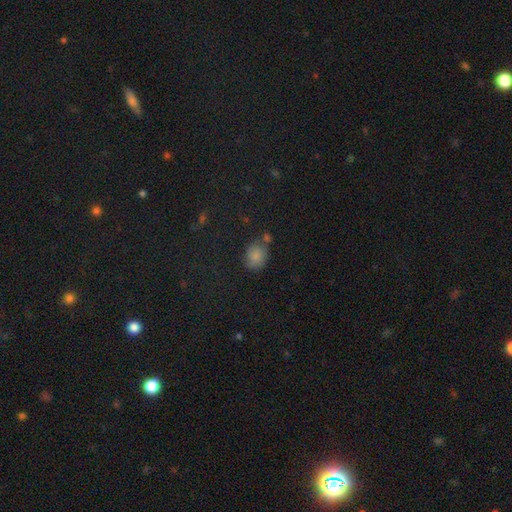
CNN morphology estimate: A smooth galaxy with no disk features (78%) that is round (51%).

Vote fractions:
- Smooth or featured? smooth: 78% / star or artifact: 13% / featured or disk: 8%
- How rounded? round: 51% / in between: 47% / cigar-shaped: 1%
- Merging? none: 62% / minor disturbance: 21% / merger: 11% / major disturbance: 6%